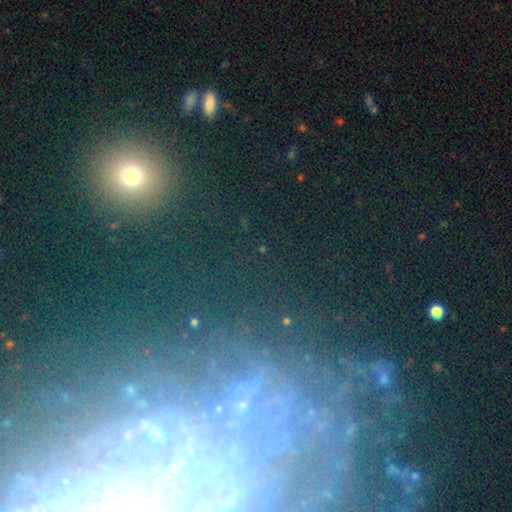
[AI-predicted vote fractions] Smooth or featured? featured or disk (43%)
Merging? none (82%)